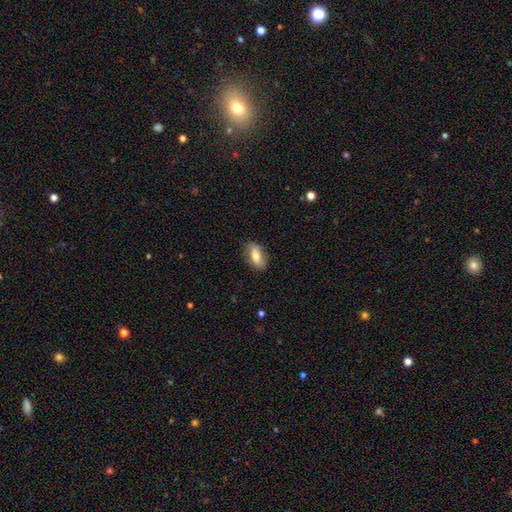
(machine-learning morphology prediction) Smooth or featured?
  - smooth: 70% *
  - featured or disk: 23%
  - star or artifact: 7%
How rounded?
  - in between: 85% *
  - cigar-shaped: 10%
  - round: 5%
Merging?
  - none: 81% *
  - minor disturbance: 14%
  - major disturbance: 3%
  - merger: 1%